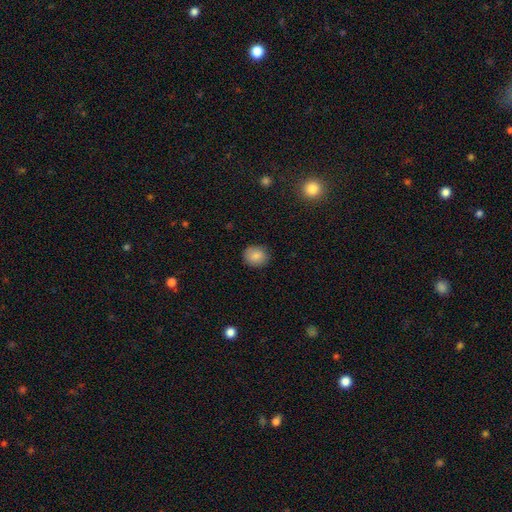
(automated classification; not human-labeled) Smooth or featured: smooth — 85% (star or artifact — 9%)
How rounded: round — 71% (in between — 28%)
Merging: none — 87% (minor disturbance — 10%)